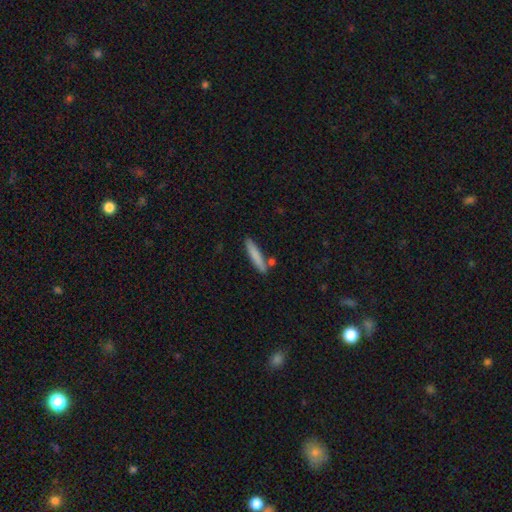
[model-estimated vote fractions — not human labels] A smooth galaxy with no disk features (80%) that is cigar-shaped (92%).

Vote fractions:
- Smooth or featured? smooth: 80% / featured or disk: 14% / star or artifact: 6%
- How rounded? cigar-shaped: 92% / in between: 7% / round: 1%
- Merging? none: 81% / minor disturbance: 10% / merger: 7% / major disturbance: 2%